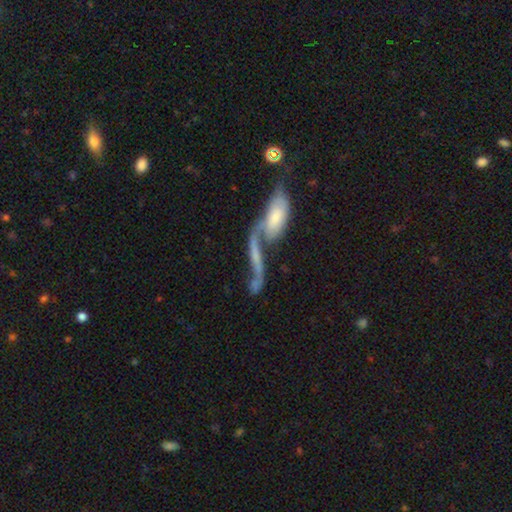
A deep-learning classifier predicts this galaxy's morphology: This is likely a featured or disk galaxy (61%). It is likely not viewed edge-on (78%). Merging: likely merger (62%).